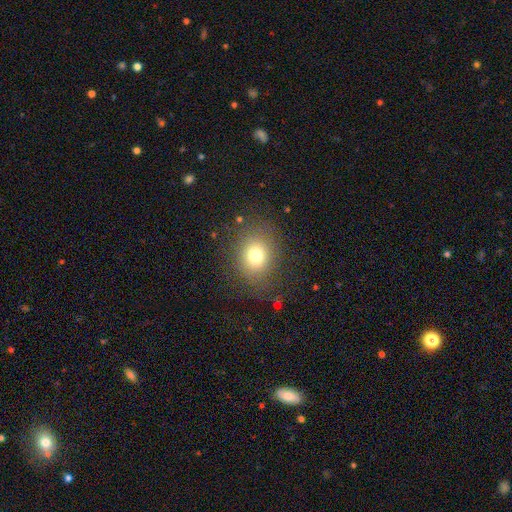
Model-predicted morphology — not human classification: Overall: smooth (75%). How rounded: round (69%; in between 30%). Merging: none (81%).